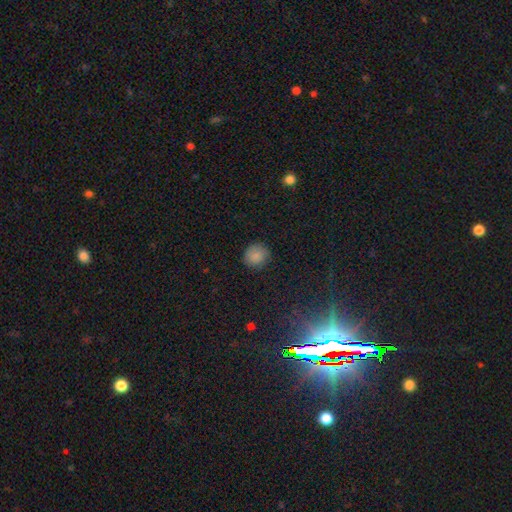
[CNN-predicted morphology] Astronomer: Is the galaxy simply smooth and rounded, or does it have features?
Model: smooth — 85%.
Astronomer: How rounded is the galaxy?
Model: round — 88%.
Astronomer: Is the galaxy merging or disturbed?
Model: none — 87%.